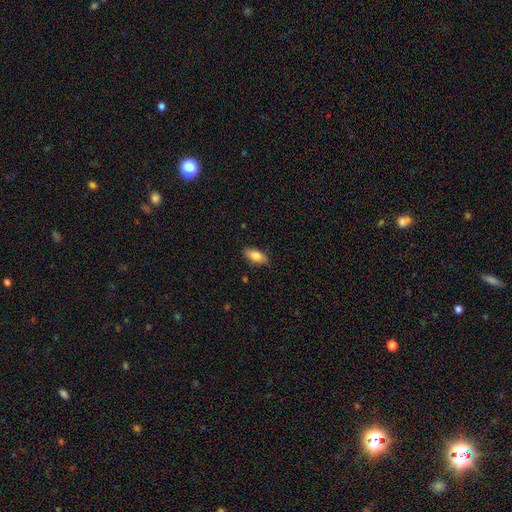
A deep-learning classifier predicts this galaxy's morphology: Overall: smooth (84%). How rounded: in between (87%). Merging: none (84%).